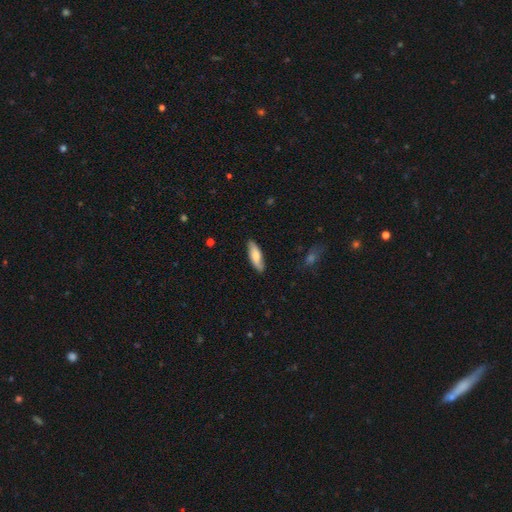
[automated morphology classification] smooth 72%, featured or disk 23%, star or artifact 5%. Down the decision tree: how rounded — cigar-shaped (50%); merging — none (85%).